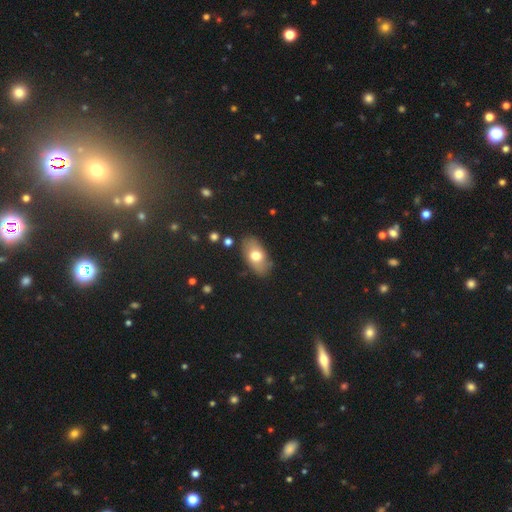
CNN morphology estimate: smooth 69%, featured or disk 23%, star or artifact 8%. Down the decision tree: how rounded — in between (91%); merging — none (82%).